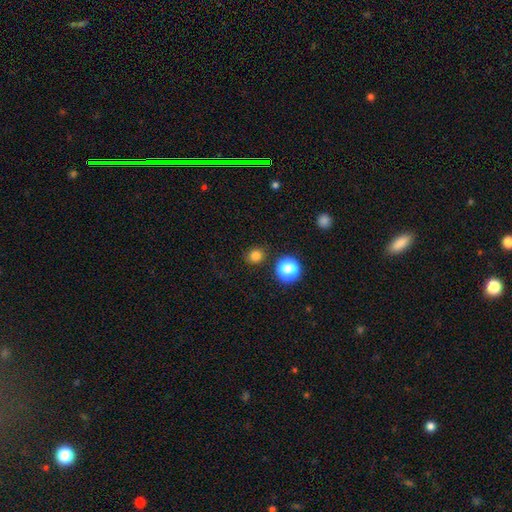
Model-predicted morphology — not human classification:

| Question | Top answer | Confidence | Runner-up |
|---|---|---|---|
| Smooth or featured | smooth | 79% | star or artifact (16%) |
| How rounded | round | 82% | in between (17%) |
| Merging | none | 88% | minor disturbance (8%) |